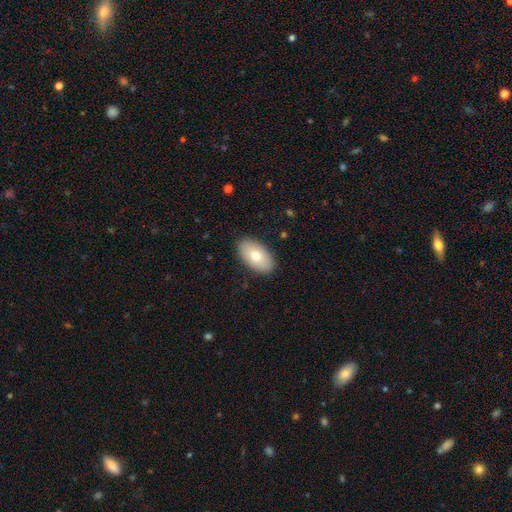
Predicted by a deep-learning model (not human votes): This is likely a smooth galaxy (76%). How rounded: clearly in between (95%). Merging: clearly none (88%).